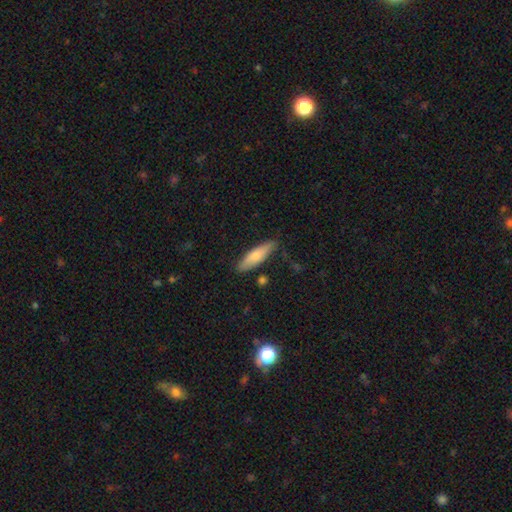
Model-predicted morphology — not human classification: A smooth galaxy with no disk features (71%) that is cigar-shaped (58%). Merging: none (81%).